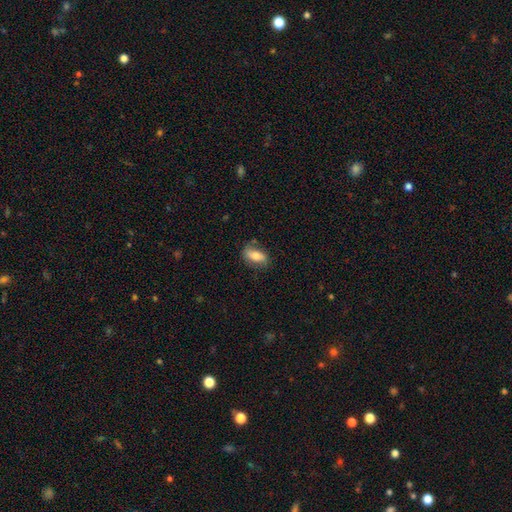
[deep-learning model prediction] Smooth or featured? Predicted: smooth (p=0.69). How rounded? Predicted: in between (p=0.84). Merging? Predicted: none (p=0.71).